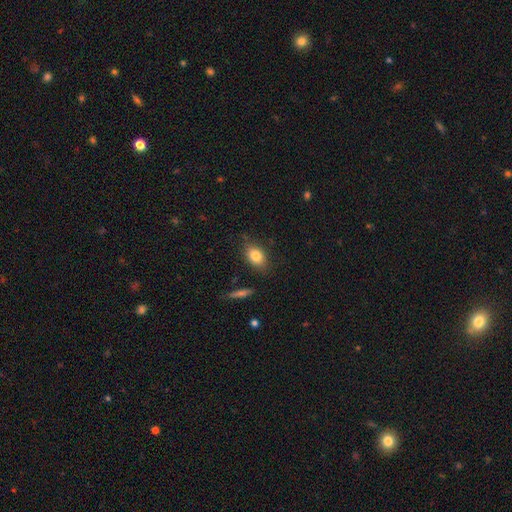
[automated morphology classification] A smooth galaxy with no disk features (81%) that is in between round and cigar-shaped (80%).

Vote fractions:
- Smooth or featured? smooth: 81% / featured or disk: 10% / star or artifact: 9%
- How rounded? in between: 80% / round: 18% / cigar-shaped: 3%
- Merging? none: 79% / minor disturbance: 15% / major disturbance: 3% / merger: 3%